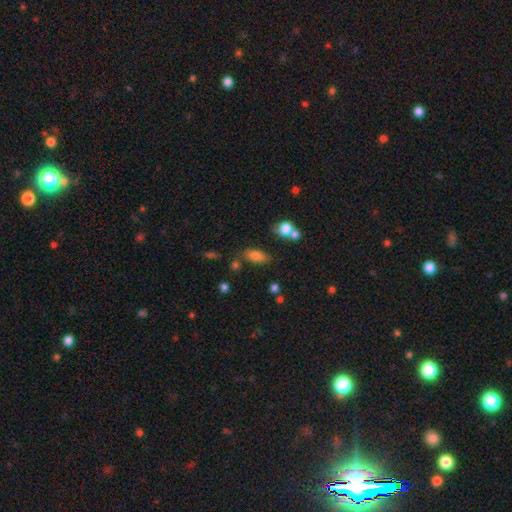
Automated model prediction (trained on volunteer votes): This is clearly a smooth galaxy (80%). How rounded: clearly in between (85%). Merging: likely none (65%).